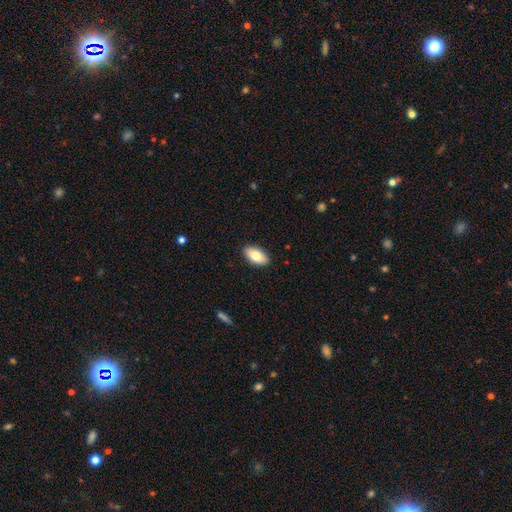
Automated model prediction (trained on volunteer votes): smooth_or_featured: smooth (p=0.81) [alt: featured or disk p=0.13]
how_rounded: in between (p=0.94) [alt: round p=0.03]
merging: none (p=0.90) [alt: minor disturbance p=0.08]